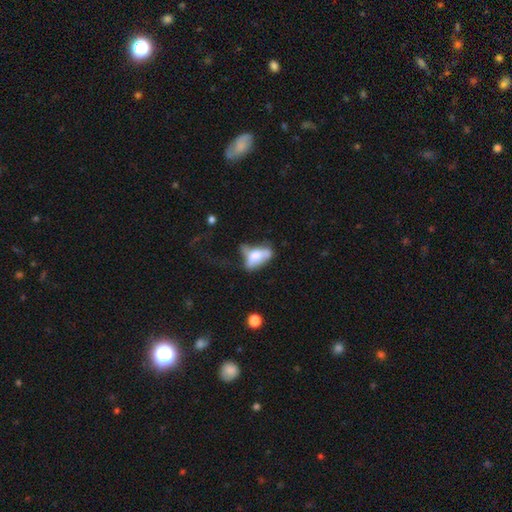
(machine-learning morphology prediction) smooth_or_featured: smooth (p=0.49) [alt: featured or disk p=0.41]
merging: major disturbance (p=0.36) [alt: none p=0.26]